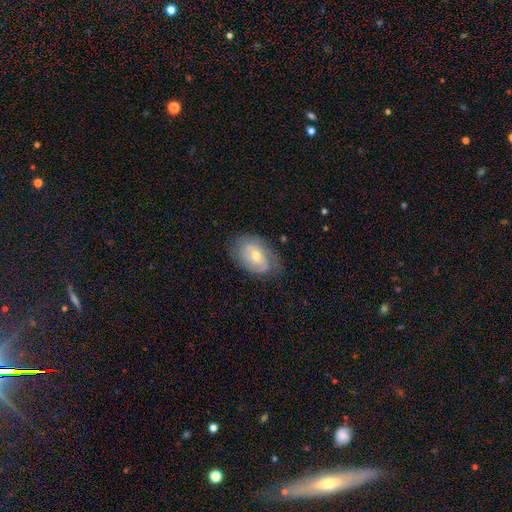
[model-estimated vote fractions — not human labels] Morphology: type=featured or disk (64%); edge-on=no (94%); bar=no (60%); spiral arms=yes (78%); bulge=moderate (61%); merging=none (71%).